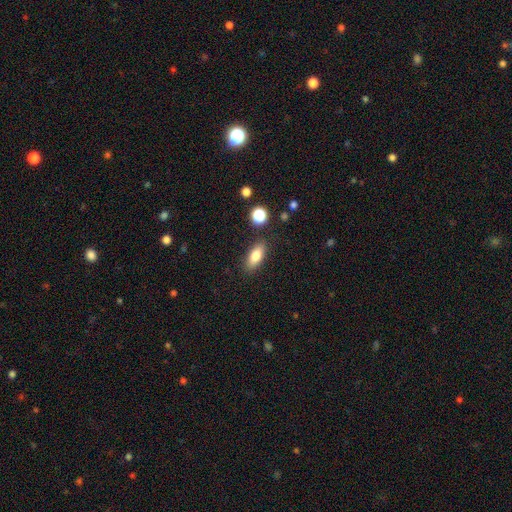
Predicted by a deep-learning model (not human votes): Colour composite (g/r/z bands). It shows a smooth galaxy with no disk features (81%) that is in between round and cigar-shaped (77%). Merging: none (85%).